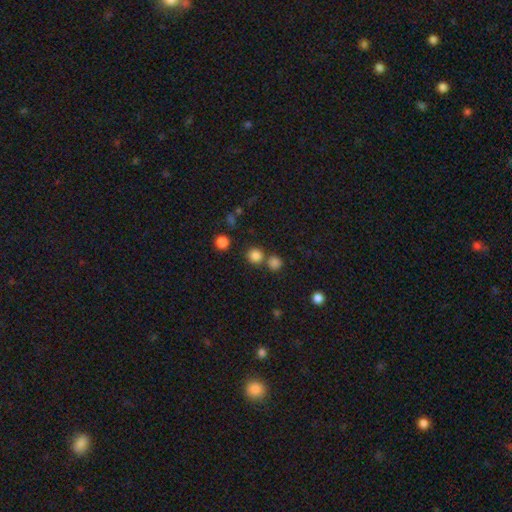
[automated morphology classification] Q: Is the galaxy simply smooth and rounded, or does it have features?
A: smooth — 82%.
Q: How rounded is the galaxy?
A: round — 92%.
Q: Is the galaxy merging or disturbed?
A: none — 72%.